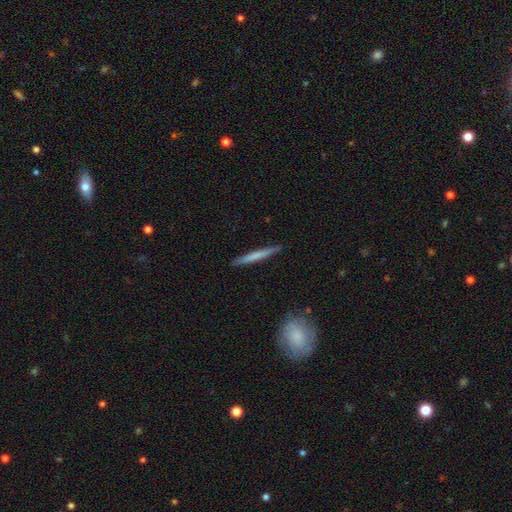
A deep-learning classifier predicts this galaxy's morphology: Overall: smooth (57%; featured or disk 38%). How rounded: cigar-shaped (96%). Merging: none (91%).